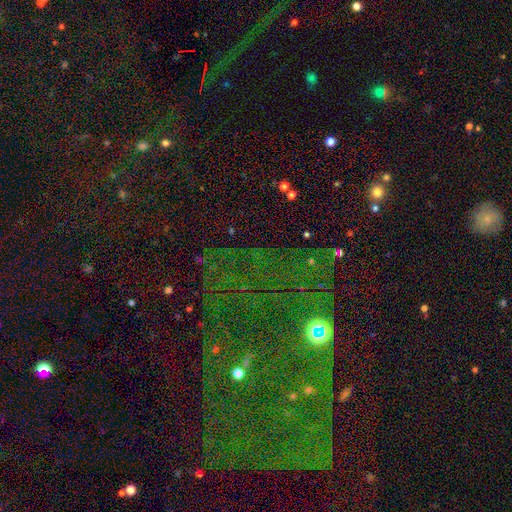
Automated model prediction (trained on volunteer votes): Smooth or featured: star or artifact — 75% (smooth — 16%)